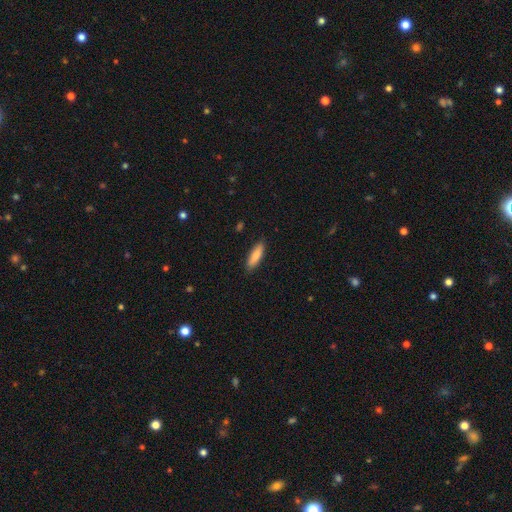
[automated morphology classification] Smooth or featured: smooth — 84% (featured or disk — 10%)
How rounded: cigar-shaped — 56% (in between — 42%)
Merging: none — 87% (minor disturbance — 10%)